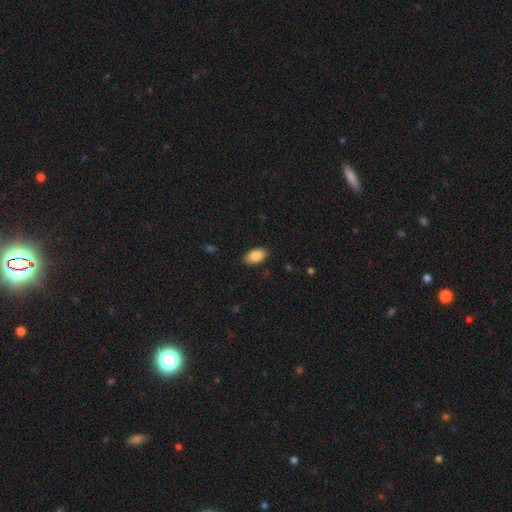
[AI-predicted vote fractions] This appears to be a smooth galaxy with no disk features (87%) that is in between round and cigar-shaped (94%). Merging: none (88%).